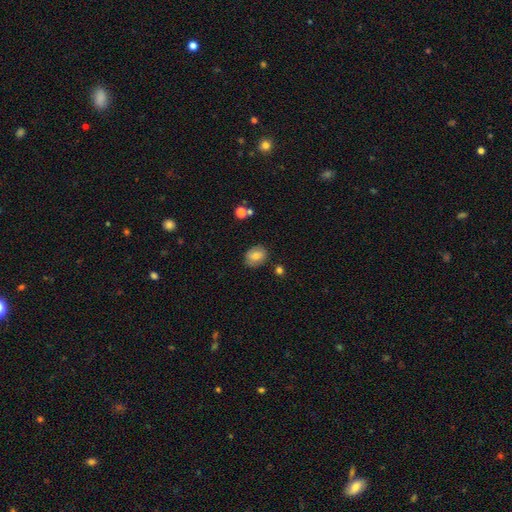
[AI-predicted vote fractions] smooth-or-featured: smooth: 74% | featured or disk: 17% | star or artifact: 9%
  how-rounded: in between: 54% | round: 45% | cigar-shaped: 1%
  merging: none: 82% | minor disturbance: 13% | major disturbance: 3% | merger: 3%